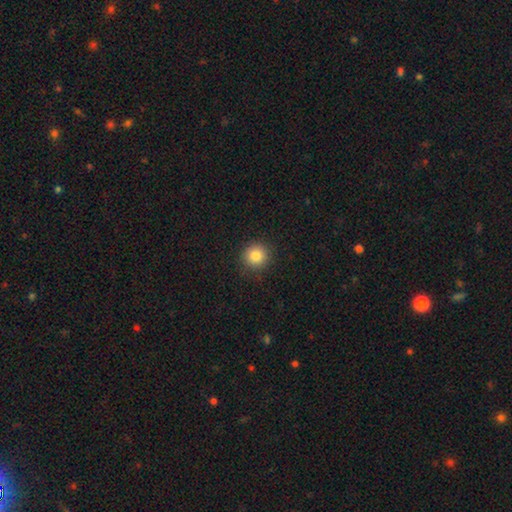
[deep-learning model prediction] This is clearly a smooth galaxy (85%). How rounded: clearly round (94%). Merging: clearly none (91%).